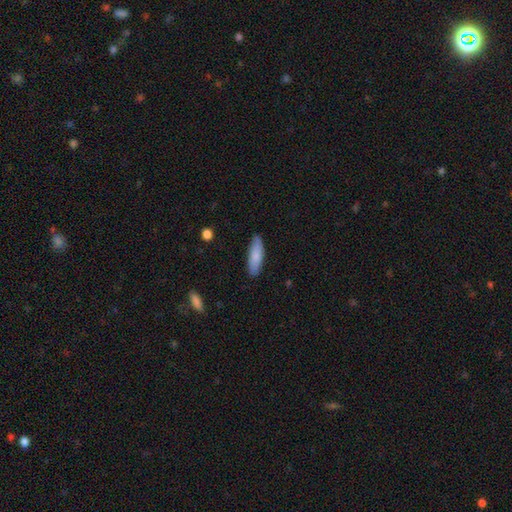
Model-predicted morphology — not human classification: Smooth or featured: smooth — 83% (featured or disk — 12%)
How rounded: cigar-shaped — 52% (in between — 47%)
Merging: none — 87% (minor disturbance — 10%)